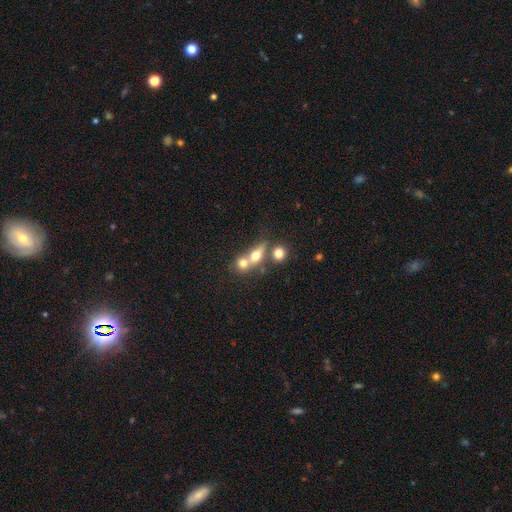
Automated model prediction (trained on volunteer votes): This appears to be a smooth galaxy with no disk features (66%) that is round (51%). Merging: merger (58%).